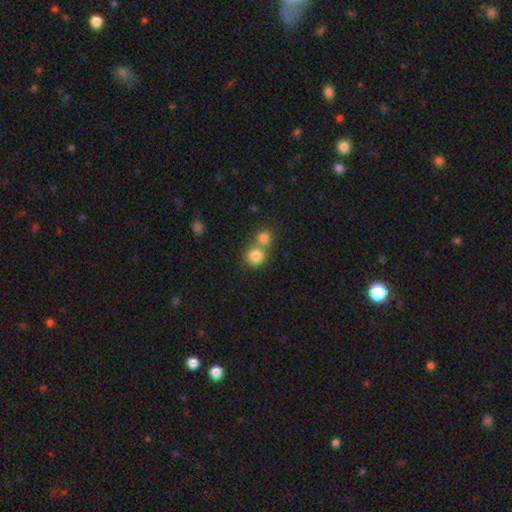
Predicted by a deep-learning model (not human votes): The model was most divided on "merging": none: 49%, merger: 42%, minor disturbance: 6%, major disturbance: 3%. More confident: how rounded — round (89%); smooth or featured — smooth (82%).